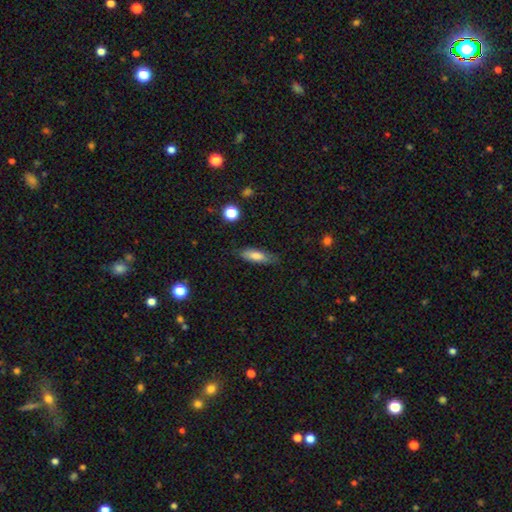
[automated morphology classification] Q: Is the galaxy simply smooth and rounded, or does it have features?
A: smooth — 78%.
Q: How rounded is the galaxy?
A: in between — 55%.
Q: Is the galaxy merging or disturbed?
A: none — 75%.